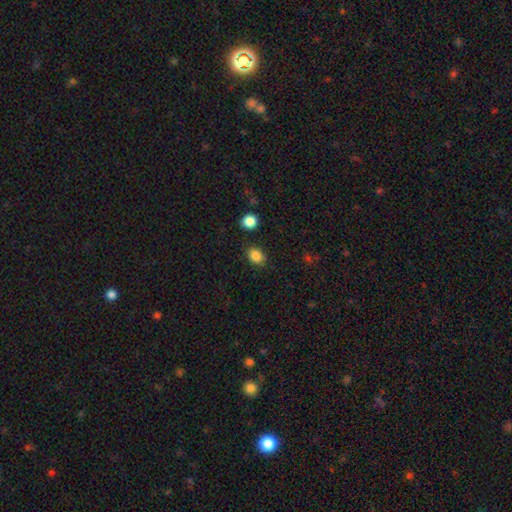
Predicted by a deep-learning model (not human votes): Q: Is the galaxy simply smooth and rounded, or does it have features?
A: smooth — 86%.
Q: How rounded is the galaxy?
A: in between — 56%.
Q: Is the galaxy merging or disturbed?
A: none — 84%.